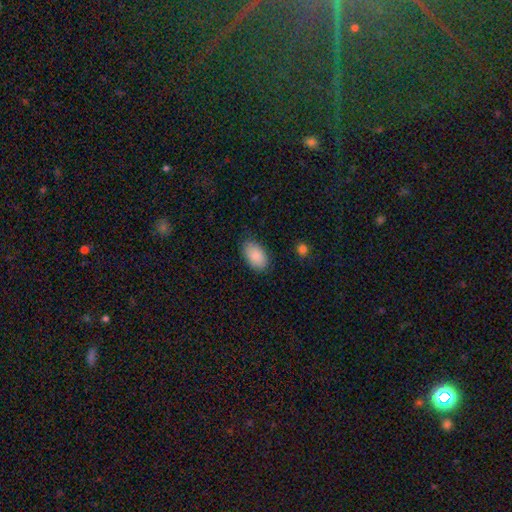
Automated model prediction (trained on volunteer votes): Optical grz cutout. It shows a smooth galaxy with no disk features (87%) that is in between round and cigar-shaped (94%). Merging: none (83%).